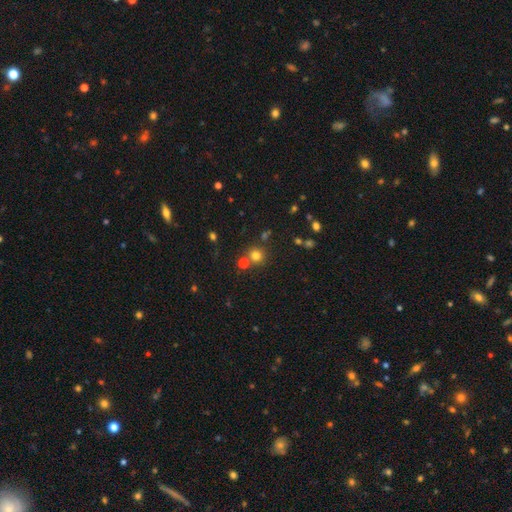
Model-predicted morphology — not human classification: A smooth galaxy with no disk features (74%) that is round (92%).

Vote fractions:
- Smooth or featured? smooth: 74% / star or artifact: 19% / featured or disk: 8%
- How rounded? round: 92% / in between: 7% / cigar-shaped: 1%
- Merging? none: 72% / merger: 17% / minor disturbance: 7% / major disturbance: 3%